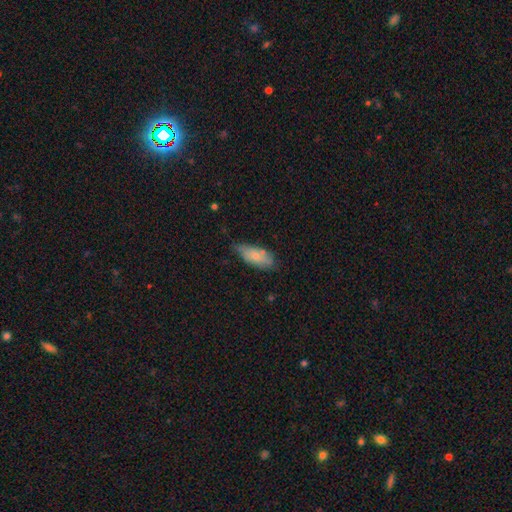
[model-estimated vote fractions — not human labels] This appears to be a smooth galaxy with no disk features (70%) that is in between round and cigar-shaped (82%). Merging: none (56%).